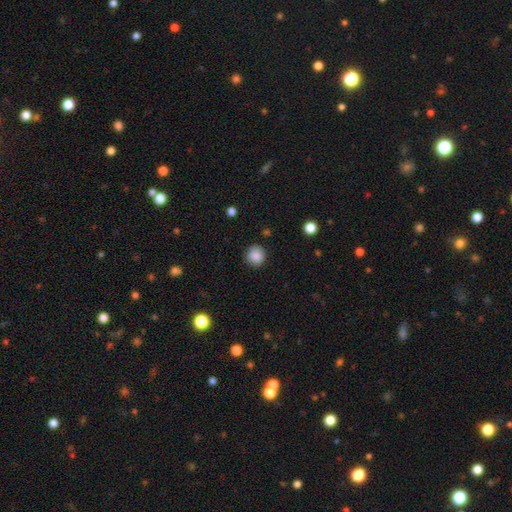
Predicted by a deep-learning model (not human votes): smooth 87%, star or artifact 9%, featured or disk 3%. Down the decision tree: how rounded — round (88%); merging — none (87%).